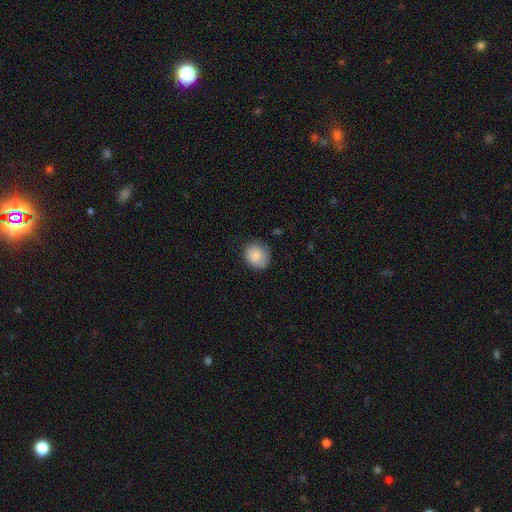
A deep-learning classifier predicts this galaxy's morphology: smooth_or_featured: smooth (p=0.85) [alt: star or artifact p=0.08]
how_rounded: round (p=0.75) [alt: in between p=0.24]
merging: none (p=0.76) [alt: minor disturbance p=0.19]